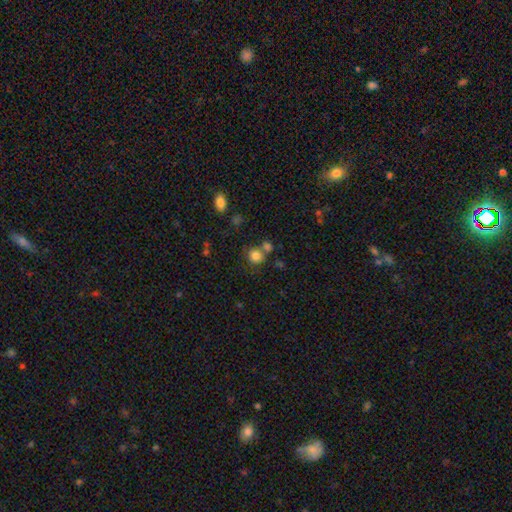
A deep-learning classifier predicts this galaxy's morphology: A smooth galaxy with no disk features (82%) that is round (85%). Merging: none (62%).